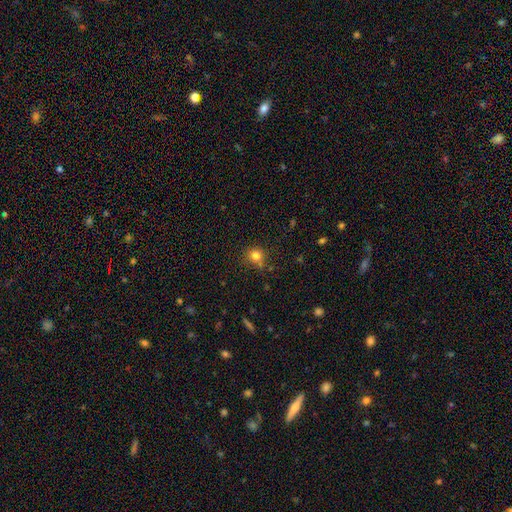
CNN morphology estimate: Smooth or featured: smooth — 79% (star or artifact — 14%)
How rounded: round — 87% (in between — 12%)
Merging: none — 71% (minor disturbance — 15%)